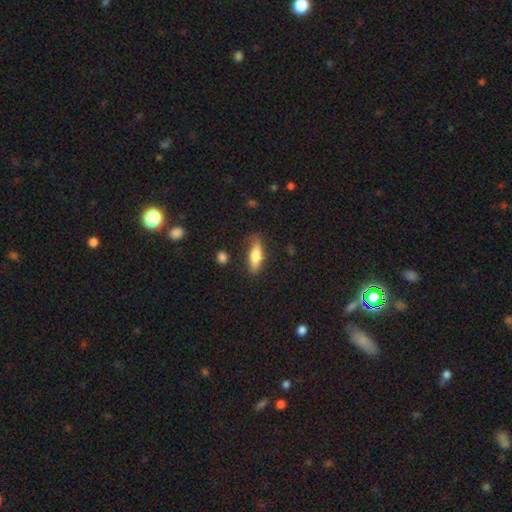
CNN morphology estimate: A smooth galaxy with no disk features (67%) that is in between round and cigar-shaped (53%). Merging: none (76%).